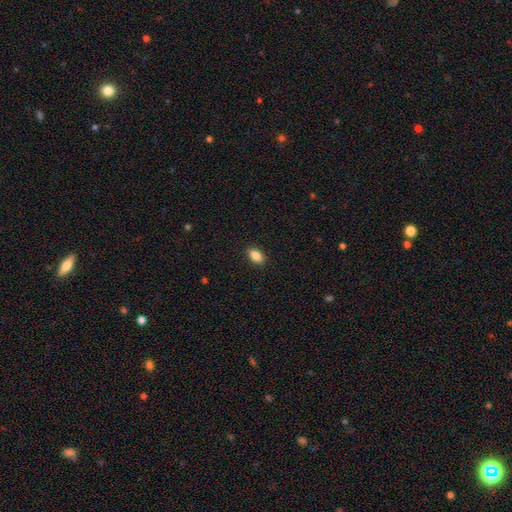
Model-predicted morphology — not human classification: Smooth or featured?
  - smooth: 87% *
  - star or artifact: 8%
  - featured or disk: 5%
How rounded?
  - in between: 90% *
  - round: 7%
  - cigar-shaped: 4%
Merging?
  - none: 90% *
  - minor disturbance: 8%
  - major disturbance: 2%
  - merger: 1%